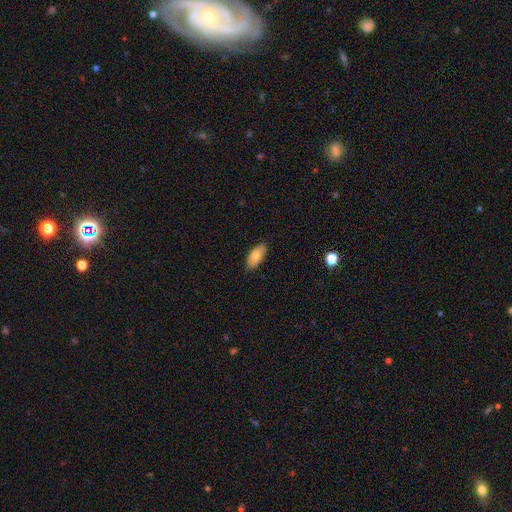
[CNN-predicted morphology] smooth_or_featured: smooth (p=0.78) [alt: featured or disk p=0.15]
how_rounded: in between (p=0.91) [alt: cigar-shaped p=0.06]
merging: none (p=0.86) [alt: minor disturbance p=0.11]